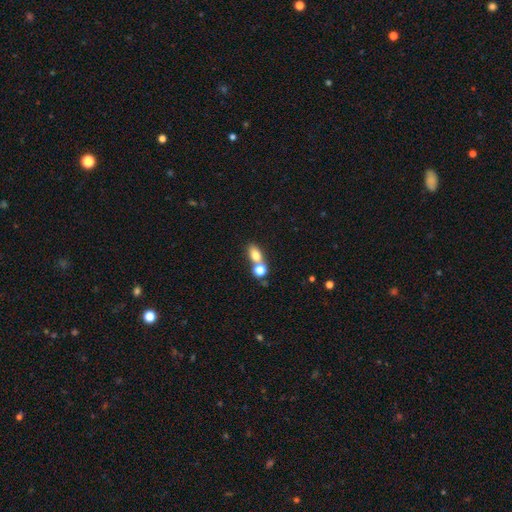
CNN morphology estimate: Overall: smooth (77%). How rounded: in between (73%). Merging: none (44%; merger 43%).